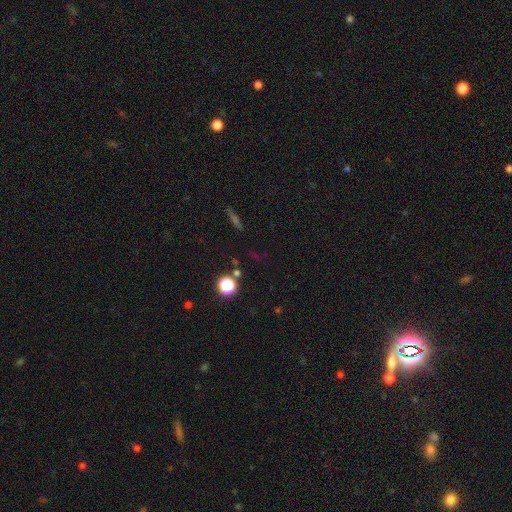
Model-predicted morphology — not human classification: Q: Smooth or featured?
A: star or artifact (51%); runner-up: smooth (37%)